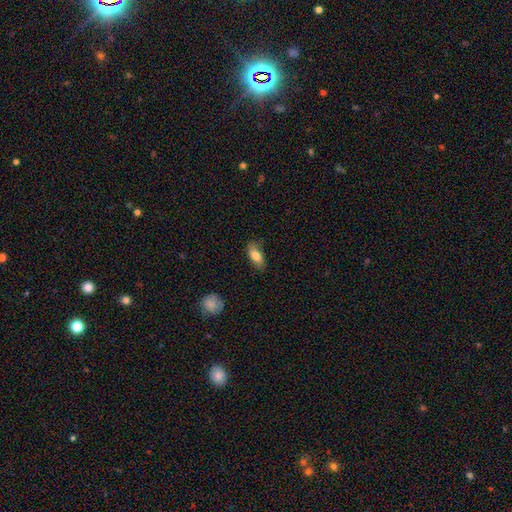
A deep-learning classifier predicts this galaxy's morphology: The model was most divided on "merging": none: 73%, minor disturbance: 21%, major disturbance: 4%, merger: 1%. More confident: how rounded — in between (84%); smooth or featured — smooth (80%).